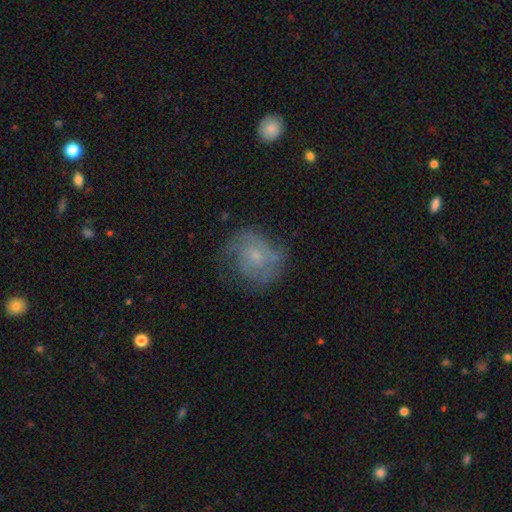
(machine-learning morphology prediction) A featured or disk galaxy (62%) with no bar (73%), spiral arms (81%) and a small central bulge (64%).

Vote fractions:
- Smooth or featured? featured or disk: 62% / smooth: 27% / star or artifact: 11%
- Edge-on disk? no: 98% / yes: 2%
- Bar? no: 73% / weak: 24% / strong: 3%
- Spiral arms? yes: 81% / no: 19%
- Bulge size? small: 64% / moderate: 23% / none: 10% / large: 2% / dominant: 1%
- Merging? none: 61% / minor disturbance: 21% / major disturbance: 16% / merger: 2%